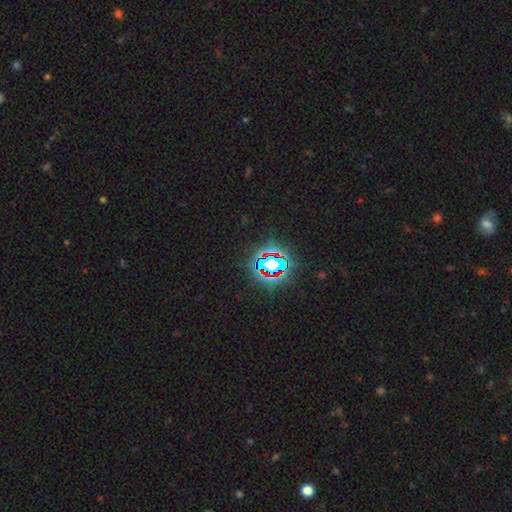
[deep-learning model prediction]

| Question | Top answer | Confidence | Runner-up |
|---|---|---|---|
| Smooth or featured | star or artifact | 81% | smooth (11%) |